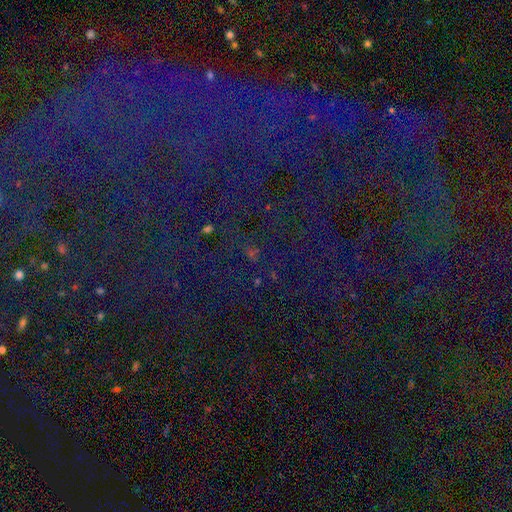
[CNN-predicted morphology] Overall: star or artifact (84%).